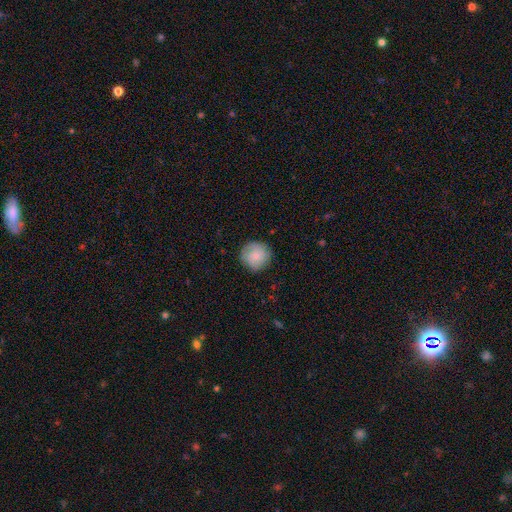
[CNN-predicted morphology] Smooth or featured?
  - smooth: 79% *
  - featured or disk: 15%
  - star or artifact: 7%
How rounded?
  - round: 94% *
  - in between: 5%
  - cigar-shaped: 1%
Merging?
  - none: 85% *
  - minor disturbance: 11%
  - major disturbance: 3%
  - merger: 1%